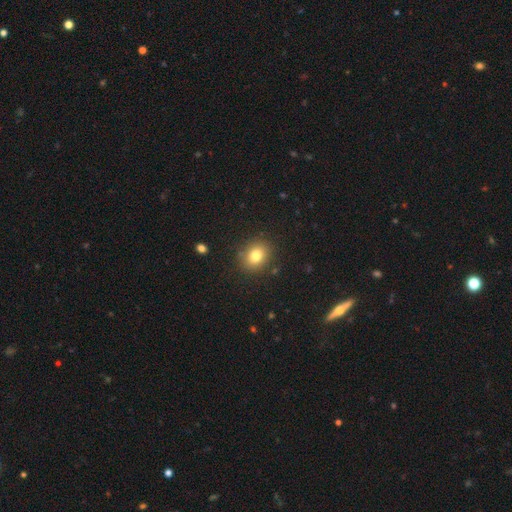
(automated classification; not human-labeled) Smooth or featured?
  - smooth: 80% *
  - star or artifact: 11%
  - featured or disk: 9%
How rounded?
  - round: 54% *
  - in between: 45%
  - cigar-shaped: 1%
Merging?
  - none: 85% *
  - minor disturbance: 10%
  - major disturbance: 3%
  - merger: 2%